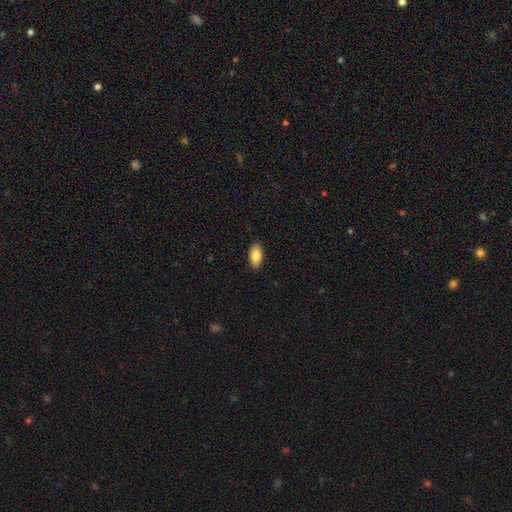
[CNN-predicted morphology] This appears to be a smooth galaxy with no disk features (86%) that is in between round and cigar-shaped (93%). Merging: none (89%).